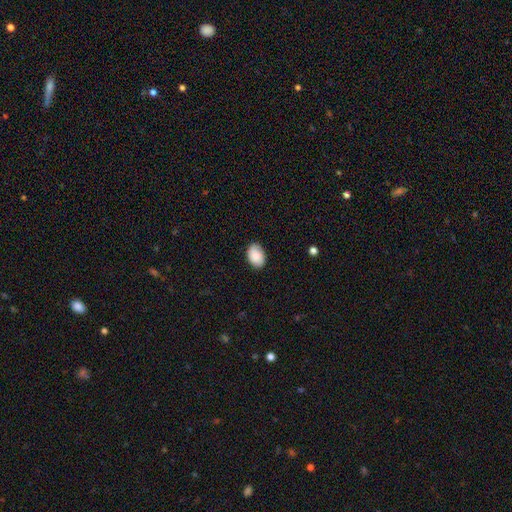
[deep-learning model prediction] Q: Smooth or featured?
A: smooth (87%); runner-up: star or artifact (7%)
Q: How rounded?
A: in between (86%); runner-up: round (13%)
Q: Merging?
A: none (85%); runner-up: minor disturbance (12%)